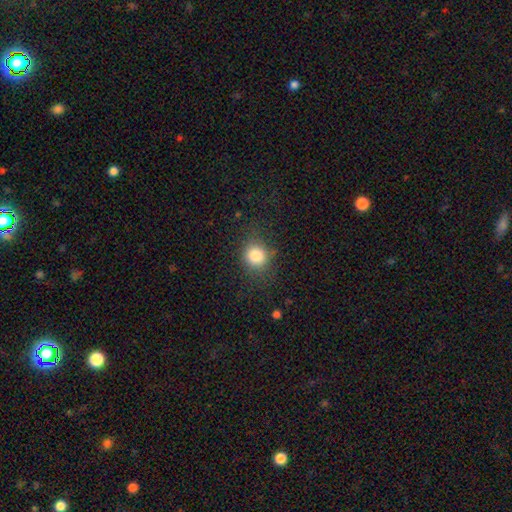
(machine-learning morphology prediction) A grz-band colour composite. It shows a smooth galaxy with no disk features (82%) that is round (80%). Merging: none (78%).